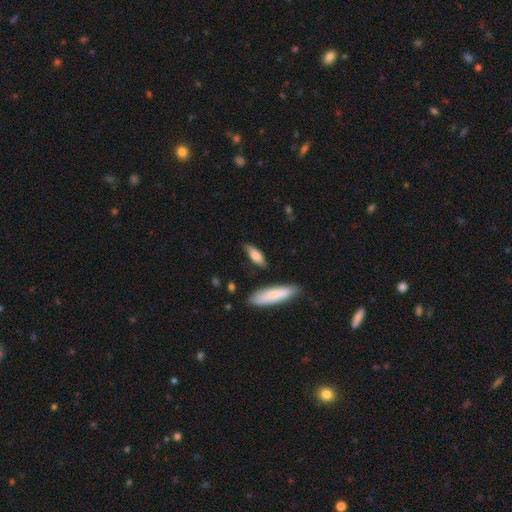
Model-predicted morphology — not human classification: Smooth or featured? smooth (75%)
How rounded? in between (60%)
Merging? none (73%)